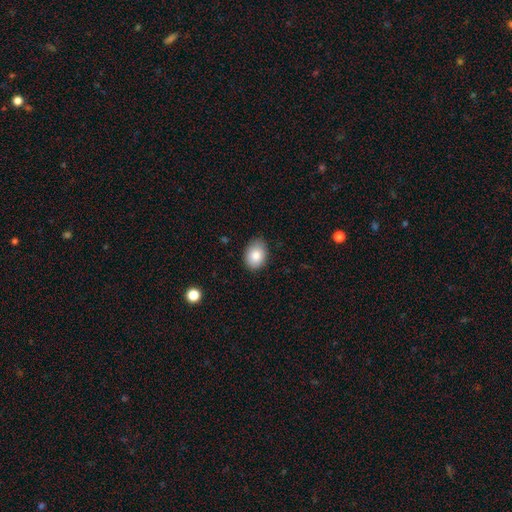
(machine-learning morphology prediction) Smooth or featured: smooth — 85% (featured or disk — 8%)
How rounded: in between — 75% (round — 24%)
Merging: none — 82% (minor disturbance — 15%)